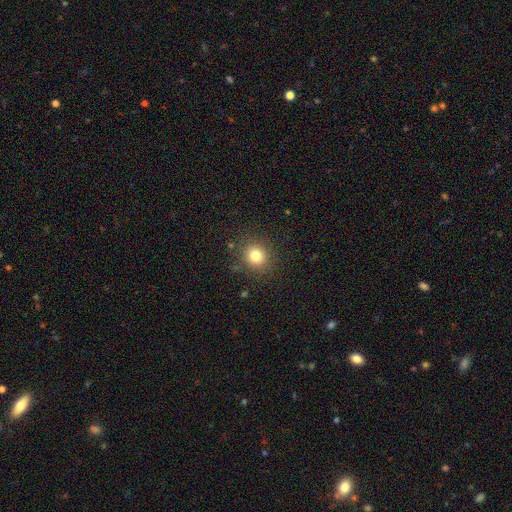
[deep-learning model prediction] smooth 79%, star or artifact 13%, featured or disk 7%. Down the decision tree: how rounded — round (83%); merging — none (87%).